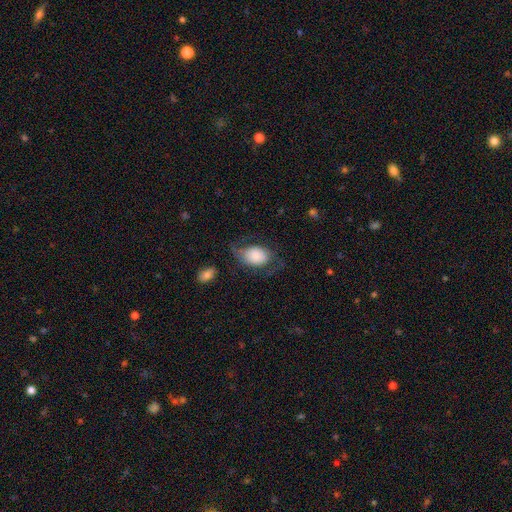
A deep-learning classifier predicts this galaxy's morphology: type=smooth (52%); roundness=in between (78%); merging=none (50%).